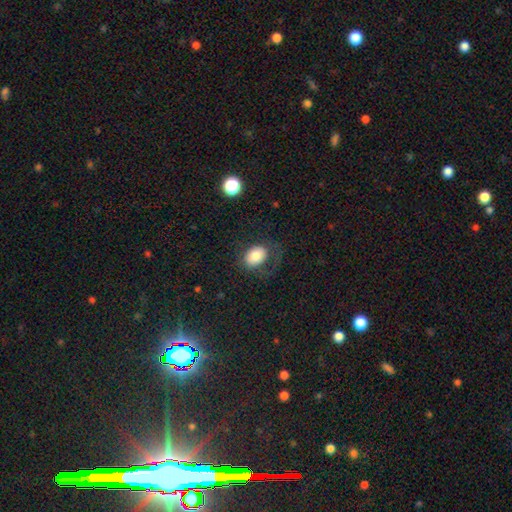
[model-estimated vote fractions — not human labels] A smooth galaxy with no disk features (77%) that is in between round and cigar-shaped (70%). Merging: none (59%).